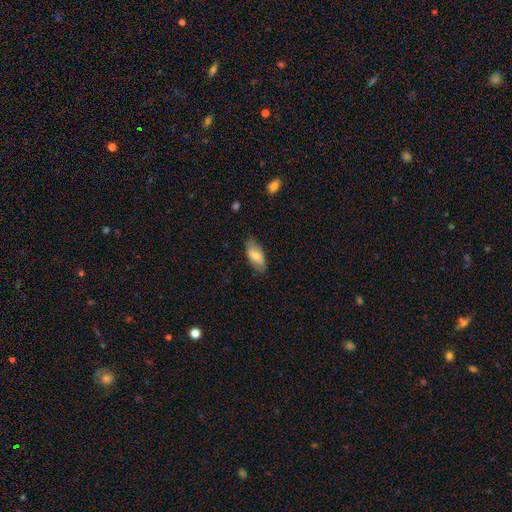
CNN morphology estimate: smooth 73%, featured or disk 21%, star or artifact 6%. Down the decision tree: how rounded — in between (90%); merging — none (78%).